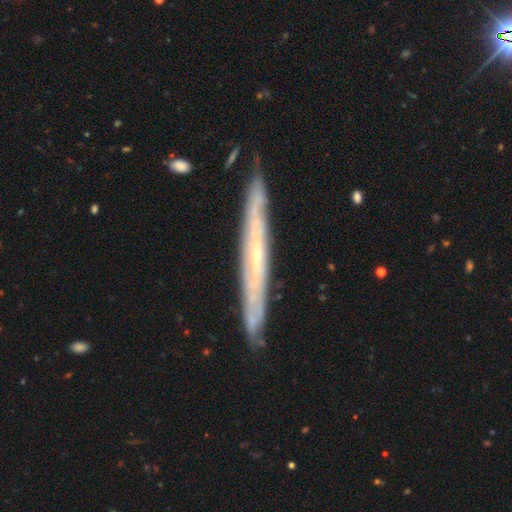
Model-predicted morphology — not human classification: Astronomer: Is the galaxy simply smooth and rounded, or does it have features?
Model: featured or disk — 74%.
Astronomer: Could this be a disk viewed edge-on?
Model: yes — 82%.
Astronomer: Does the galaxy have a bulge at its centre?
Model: none — 64%.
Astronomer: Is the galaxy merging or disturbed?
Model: none — 85%.